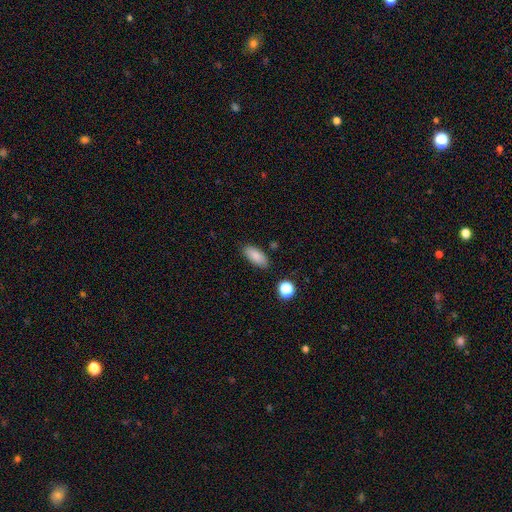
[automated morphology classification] Smooth or featured? smooth (86%)
How rounded? in between (86%)
Merging? none (84%)